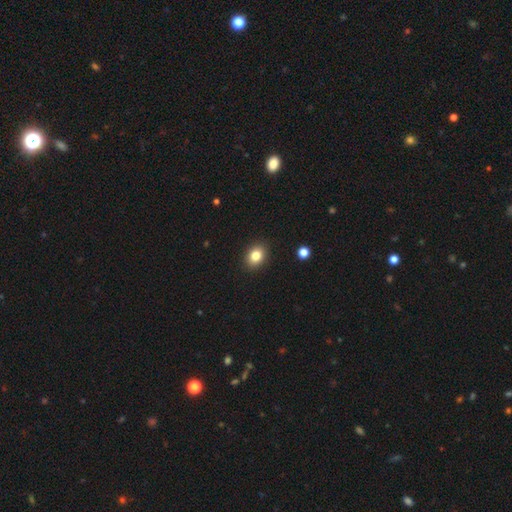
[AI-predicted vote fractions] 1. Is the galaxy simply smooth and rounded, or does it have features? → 83% smooth, 10% star or artifact, 7% featured or disk.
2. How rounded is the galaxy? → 59% in between, 40% round, 1% cigar-shaped.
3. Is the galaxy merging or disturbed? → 90% none, 7% minor disturbance, 2% major disturbance, 1% merger.